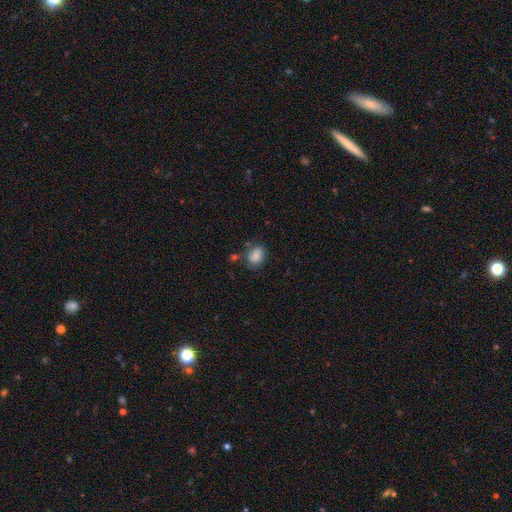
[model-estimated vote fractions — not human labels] smooth-or-featured: smooth: 82% | star or artifact: 9% | featured or disk: 9%
  how-rounded: in between: 51% | round: 48% | cigar-shaped: 1%
  merging: none: 64% | minor disturbance: 20% | merger: 10% | major disturbance: 6%